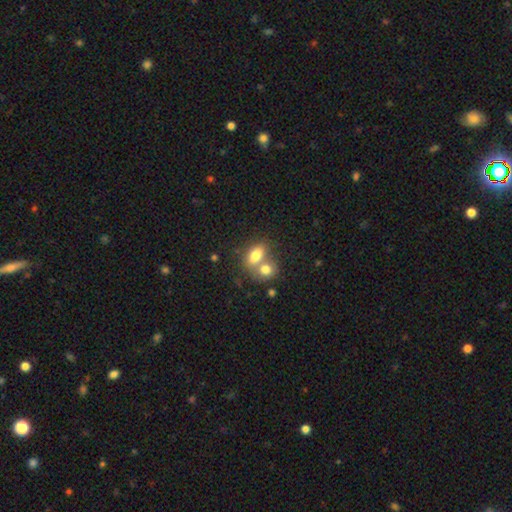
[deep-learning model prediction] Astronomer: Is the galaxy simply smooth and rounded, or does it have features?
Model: smooth — 77%.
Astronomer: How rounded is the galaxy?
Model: in between — 80%.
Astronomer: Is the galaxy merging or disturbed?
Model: merger — 60%.